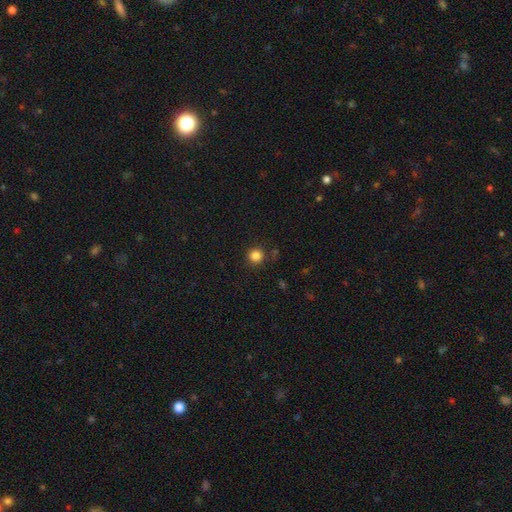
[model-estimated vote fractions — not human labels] Morphology: type=smooth (83%); roundness=round (93%); merging=none (87%).